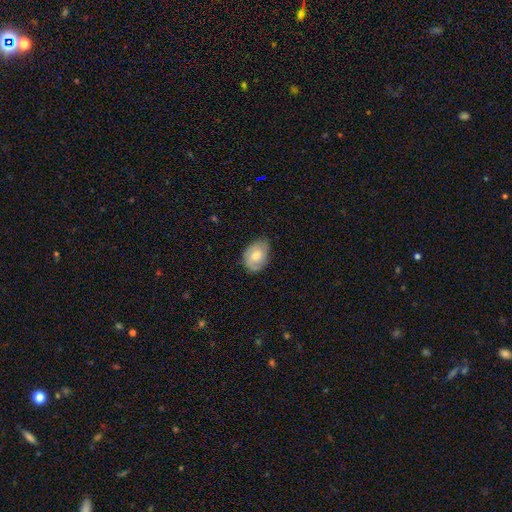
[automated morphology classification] Smooth or featured? smooth (62%)
How rounded? in between (76%)
Merging? none (66%)